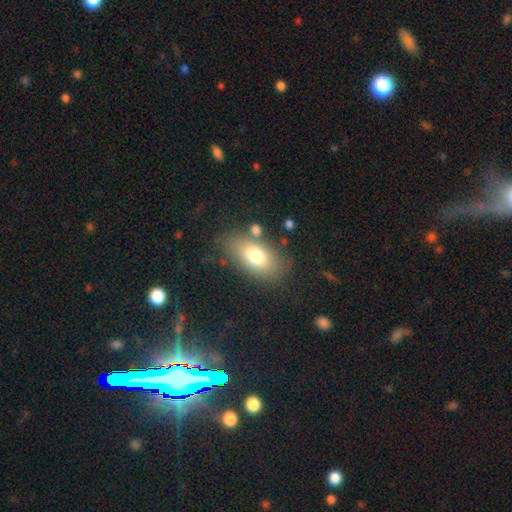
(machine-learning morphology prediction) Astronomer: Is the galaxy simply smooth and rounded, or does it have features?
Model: smooth — 75%.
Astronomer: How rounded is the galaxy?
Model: in between — 88%.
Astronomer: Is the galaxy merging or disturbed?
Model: none — 75%.